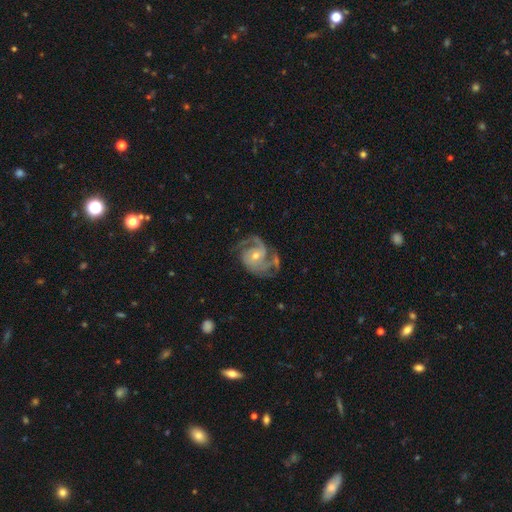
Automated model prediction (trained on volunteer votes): This appears to be a featured or disk galaxy (89%) with no bar (60%), 2 (61%) medium (48%) spiral arms (97%) and a moderate central bulge (52%). Merging: none (56%).